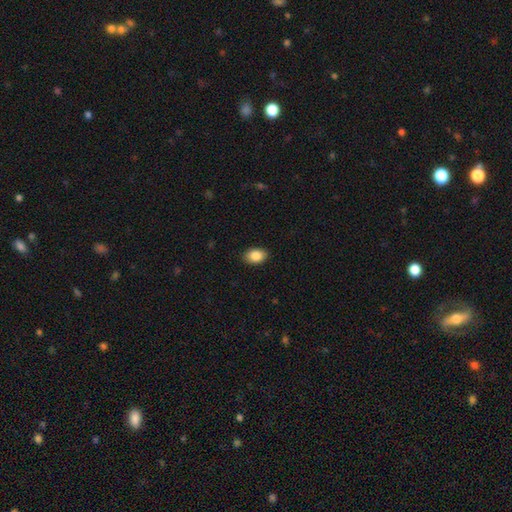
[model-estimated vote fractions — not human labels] smooth 87%, star or artifact 8%, featured or disk 5%. Down the decision tree: how rounded — in between (83%); merging — none (88%).